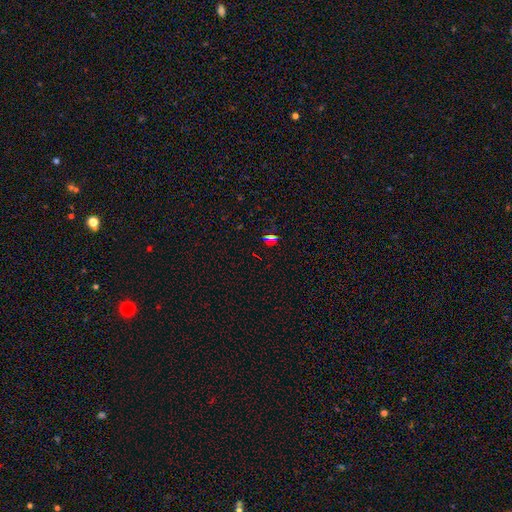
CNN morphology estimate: smooth_or_featured: star or artifact (p=0.68) [alt: smooth p=0.22]